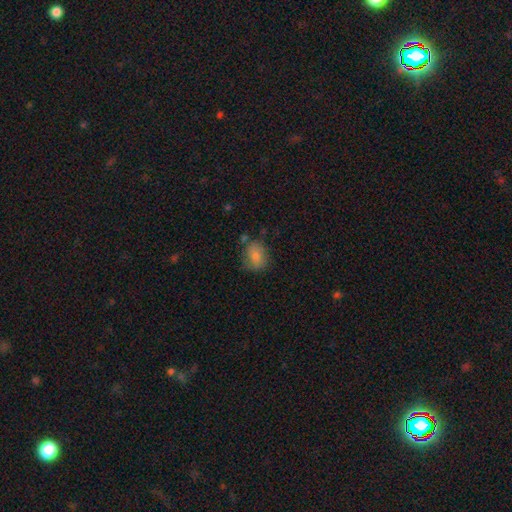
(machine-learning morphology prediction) smooth 81%, featured or disk 10%, star or artifact 9%. Down the decision tree: how rounded — in between (53%); merging — none (66%).